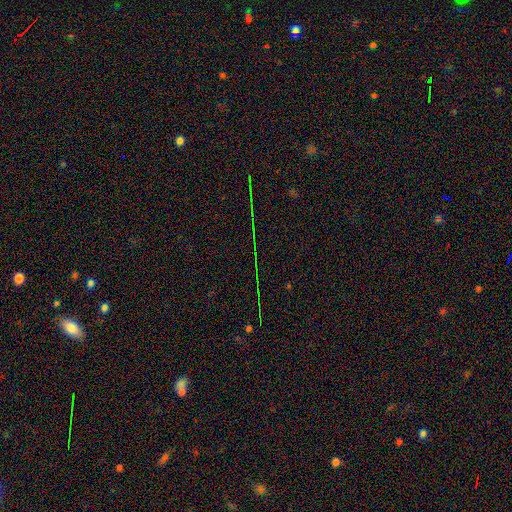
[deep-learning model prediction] Morphology: type=star or artifact (77%).